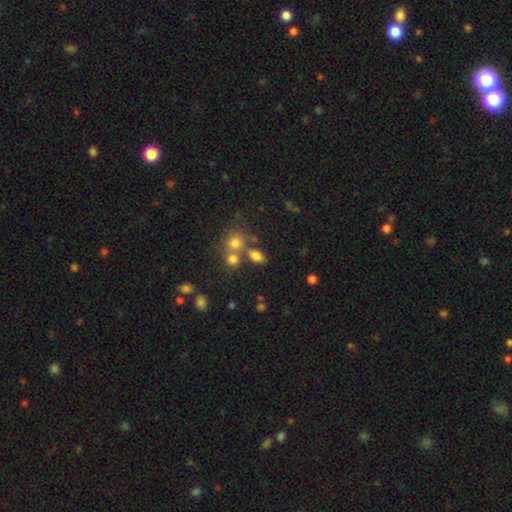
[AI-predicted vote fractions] Smooth or featured: smooth — 76% (star or artifact — 15%)
How rounded: in between — 77% (round — 21%)
Merging: none — 57% (merger — 26%)